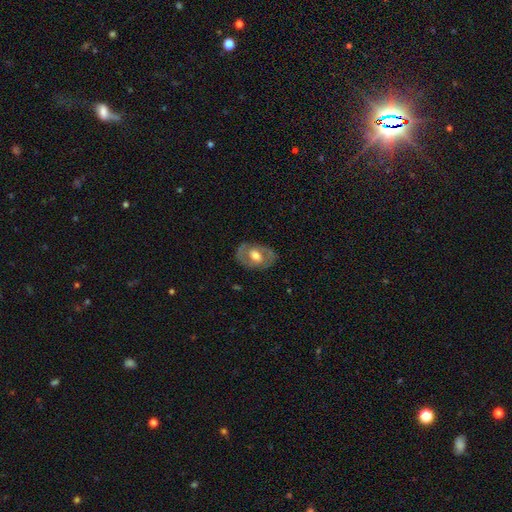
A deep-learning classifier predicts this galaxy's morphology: featured or disk 59%, smooth 36%, star or artifact 6%. Down the decision tree: edge-on disk — no (93%); bar — no (57%); spiral arms — no (63%); bulge size — moderate (59%); merging — none (76%).